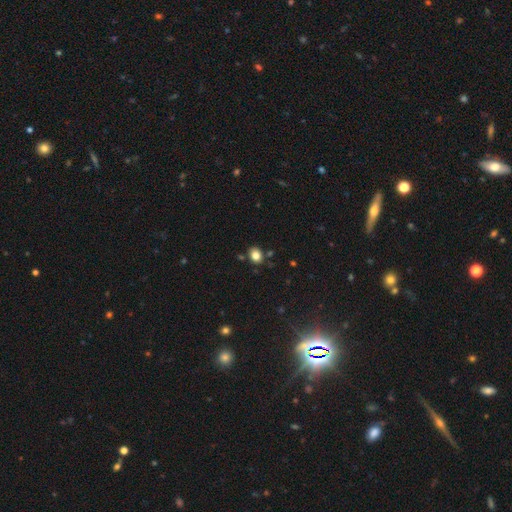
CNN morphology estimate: Smooth or featured? Predicted: smooth (p=0.83). How rounded? Predicted: in between (p=0.52). Merging? Predicted: none (p=0.82).